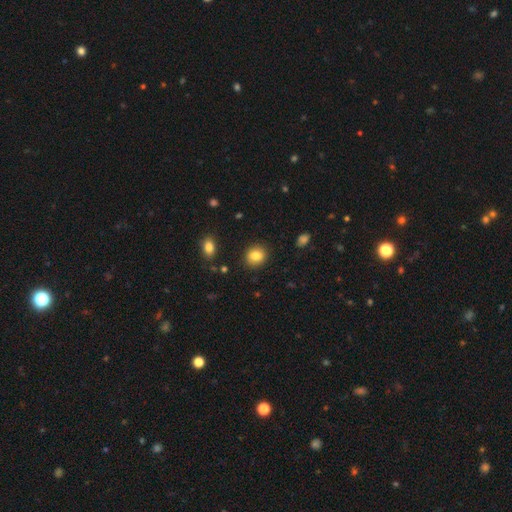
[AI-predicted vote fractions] smooth-or-featured: smooth: 83% | star or artifact: 9% | featured or disk: 8%
  how-rounded: round: 71% | in between: 28% | cigar-shaped: 1%
  merging: none: 89% | minor disturbance: 8% | major disturbance: 2% | merger: 1%